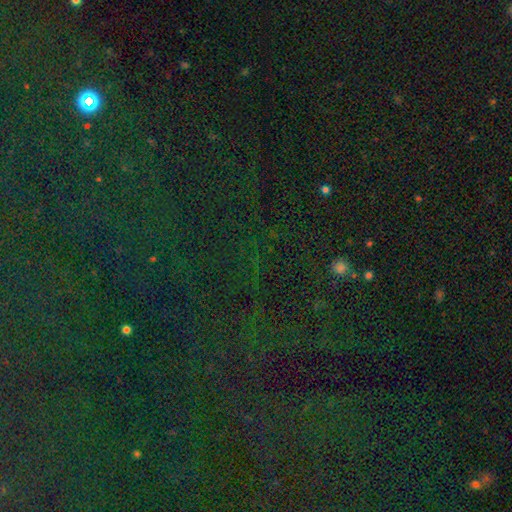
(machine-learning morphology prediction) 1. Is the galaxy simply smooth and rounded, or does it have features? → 82% star or artifact, 11% smooth, 7% featured or disk.